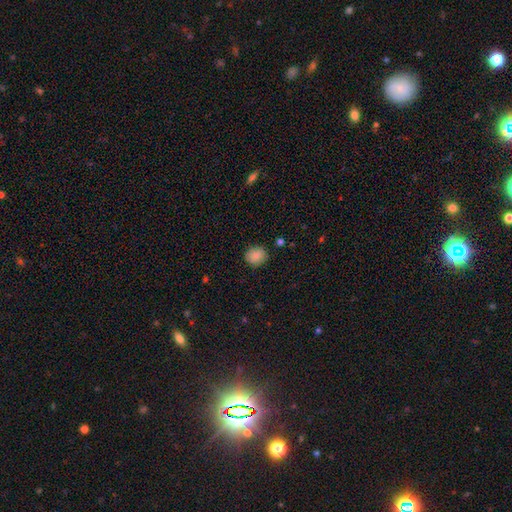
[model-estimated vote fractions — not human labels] smooth-or-featured: smooth: 86% | star or artifact: 8% | featured or disk: 5%
  how-rounded: round: 73% | in between: 27% | cigar-shaped: 1%
  merging: none: 86% | minor disturbance: 10% | major disturbance: 2% | merger: 1%